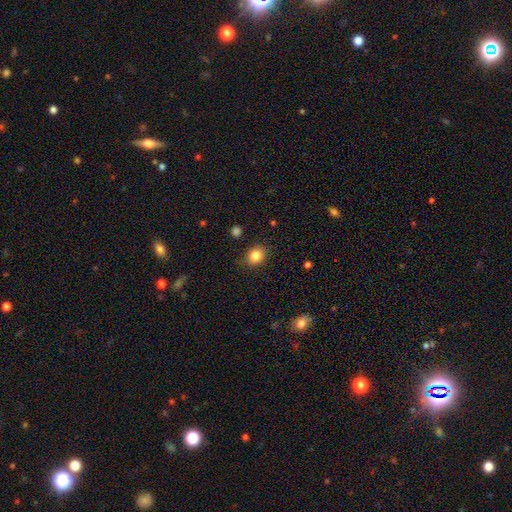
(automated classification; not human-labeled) This is clearly a smooth galaxy (84%). How rounded: likely round (63%). Merging: clearly none (87%).